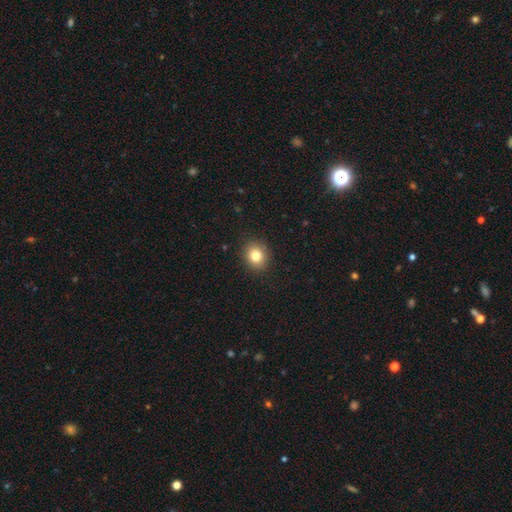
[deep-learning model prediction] Overall: smooth (81%). How rounded: round (71%). Merging: none (90%).